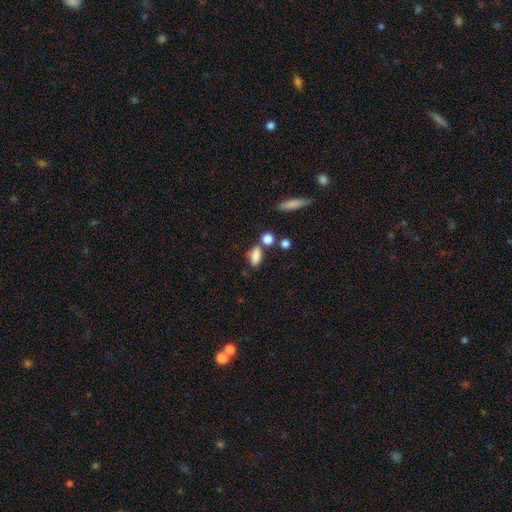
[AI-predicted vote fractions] Smooth or featured? smooth (82%)
How rounded? in between (78%)
Merging? none (58%)